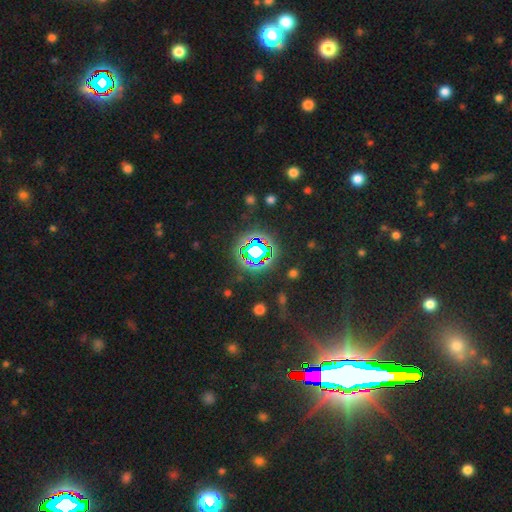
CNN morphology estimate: Smooth or featured: star or artifact — 72% (smooth — 17%)